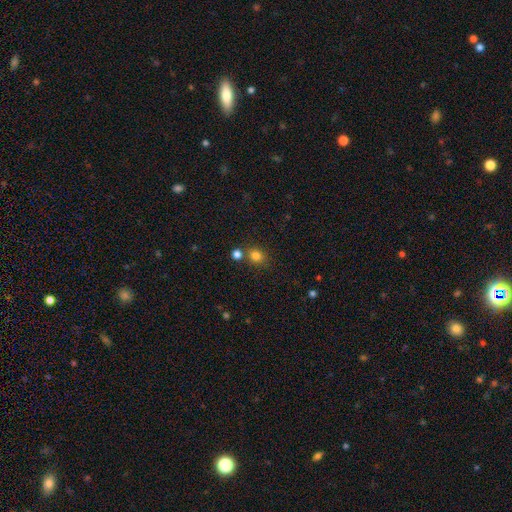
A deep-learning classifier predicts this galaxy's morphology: Smooth or featured: smooth — 81% (star or artifact — 14%)
How rounded: round — 74% (in between — 25%)
Merging: none — 70% (merger — 17%)